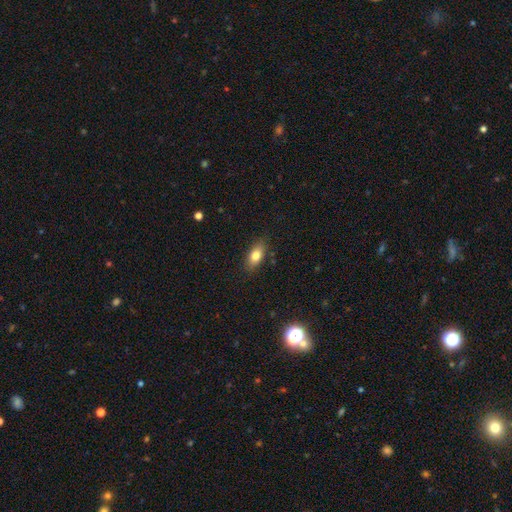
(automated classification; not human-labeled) smooth 79%, featured or disk 13%, star or artifact 8%. Down the decision tree: how rounded — in between (84%); merging — none (85%).